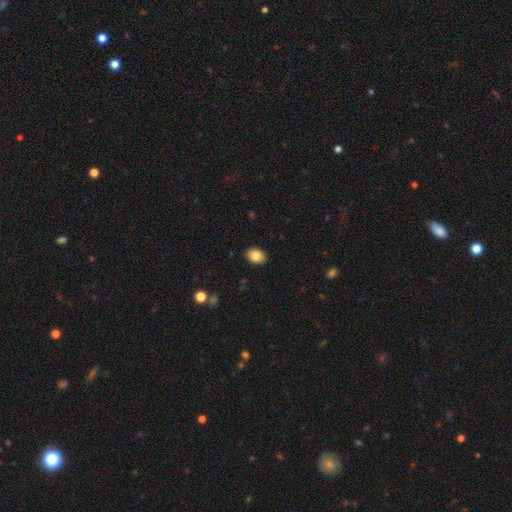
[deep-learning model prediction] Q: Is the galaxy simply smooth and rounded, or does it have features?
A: smooth — 84%.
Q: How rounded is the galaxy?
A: in between — 67%.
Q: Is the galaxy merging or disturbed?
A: none — 90%.